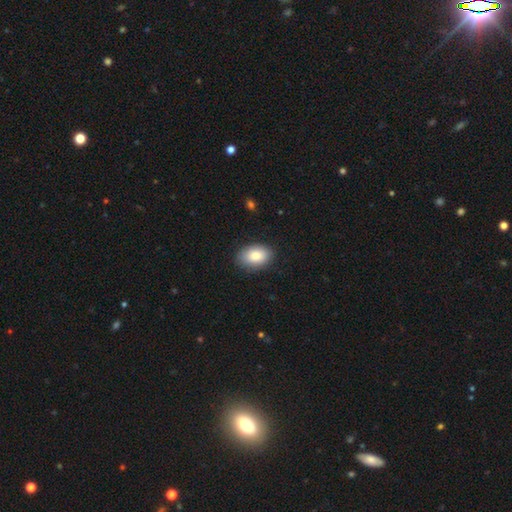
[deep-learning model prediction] Smooth or featured: smooth — 84% (featured or disk — 9%)
How rounded: in between — 87% (round — 12%)
Merging: none — 84% (minor disturbance — 12%)